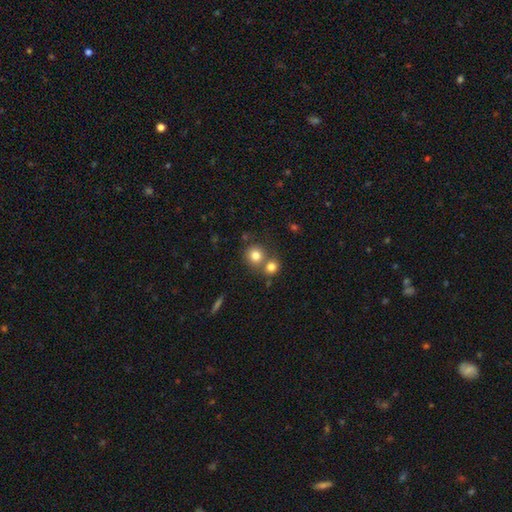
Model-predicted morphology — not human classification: This is likely a smooth galaxy (79%). How rounded: clearly round (87%). Merging: possibly none (52%).